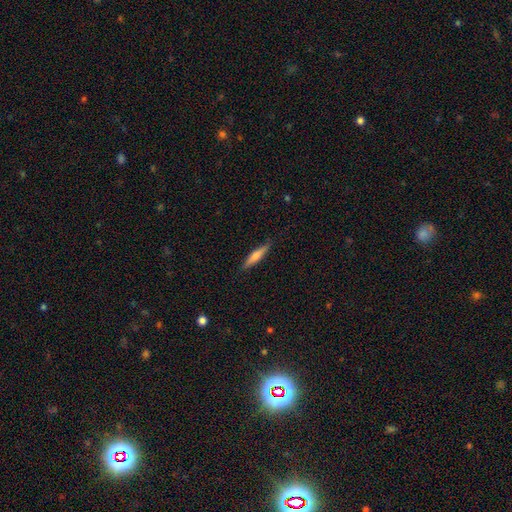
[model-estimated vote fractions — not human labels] smooth-or-featured: smooth: 63% | featured or disk: 32% | star or artifact: 6%
  how-rounded: cigar-shaped: 88% | in between: 11% | round: 1%
  merging: none: 87% | minor disturbance: 10% | major disturbance: 2% | merger: 1%